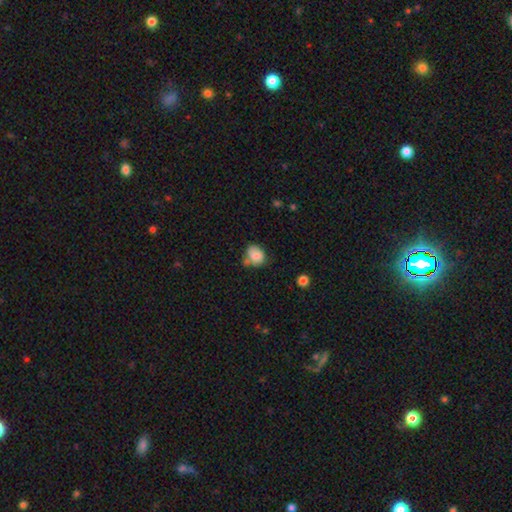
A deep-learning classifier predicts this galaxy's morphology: Smooth or featured? smooth (80%)
How rounded? round (57%)
Merging? none (47%)